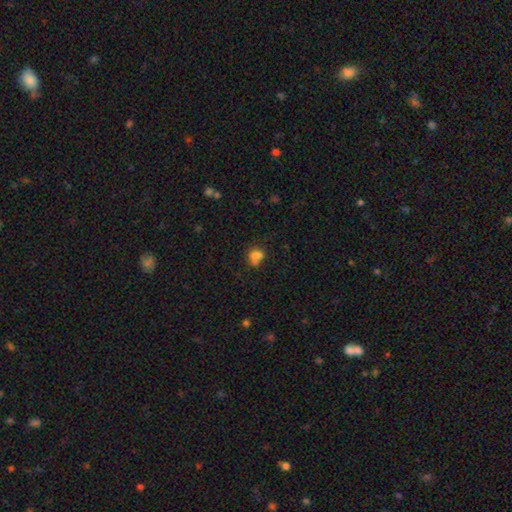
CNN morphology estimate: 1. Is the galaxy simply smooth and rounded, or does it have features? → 72% smooth, 15% star or artifact, 13% featured or disk.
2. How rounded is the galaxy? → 52% round, 47% in between, 2% cigar-shaped.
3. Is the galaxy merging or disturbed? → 37% none, 36% merger, 18% minor disturbance, 10% major disturbance.